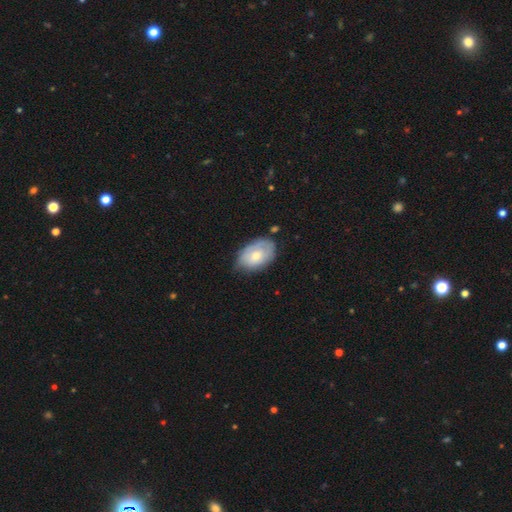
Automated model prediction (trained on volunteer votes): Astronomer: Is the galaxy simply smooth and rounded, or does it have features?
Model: smooth — 63%.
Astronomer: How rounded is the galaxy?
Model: in between — 89%.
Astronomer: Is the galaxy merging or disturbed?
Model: none — 62%.